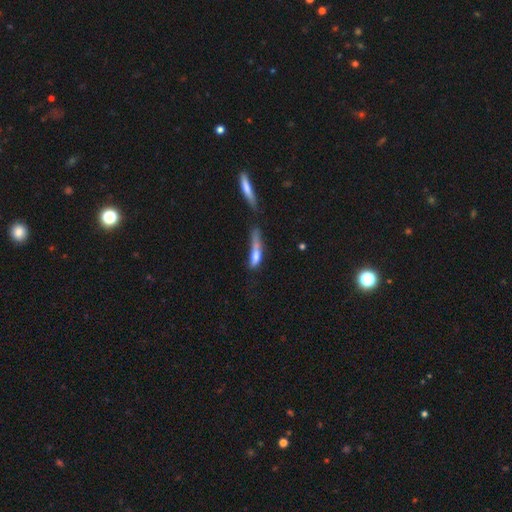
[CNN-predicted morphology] A smooth galaxy with no disk features (63%) that is cigar-shaped (73%). Merging: major disturbance (31%).